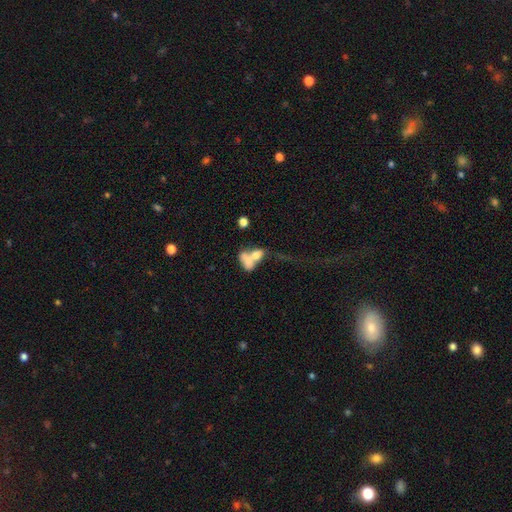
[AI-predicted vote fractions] Overall: smooth (60%; featured or disk 29%). How rounded: in between (77%). Merging: merger (67%).